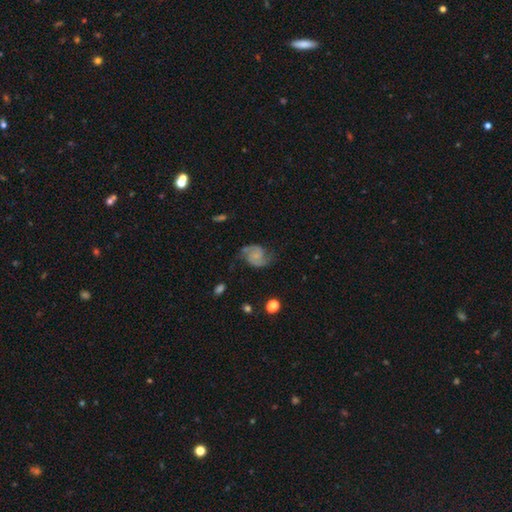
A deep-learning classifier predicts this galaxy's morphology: The model was most divided on "bulge size": small: 42%, none: 40%, moderate: 14%, large: 2%, dominant: 1%. More confident: edge-on disk — no (98%); spiral arms — yes (97%); spiral arm count — 2 (92%); smooth or featured — featured or disk (82%); merging — none (71%); bar — no (60%); spiral winding — medium (52%).